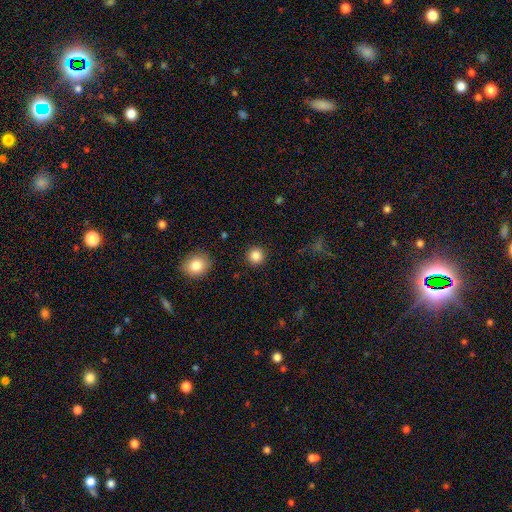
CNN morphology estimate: Smooth or featured? smooth (86%)
How rounded? round (94%)
Merging? none (91%)